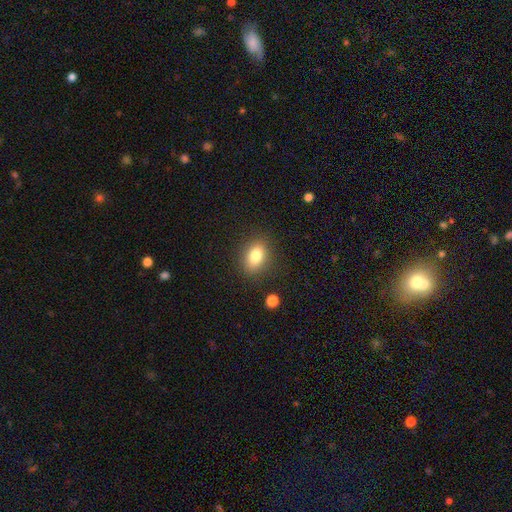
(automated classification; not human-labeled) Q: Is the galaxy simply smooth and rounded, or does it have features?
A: smooth — 81%.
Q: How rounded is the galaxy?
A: in between — 76%.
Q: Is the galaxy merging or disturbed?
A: none — 85%.